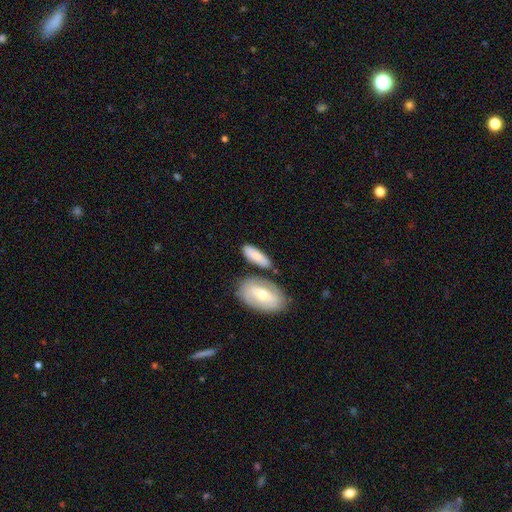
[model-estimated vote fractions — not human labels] This appears to be a smooth galaxy with no disk features (73%) that is in between round and cigar-shaped (70%). Merging: none (64%).